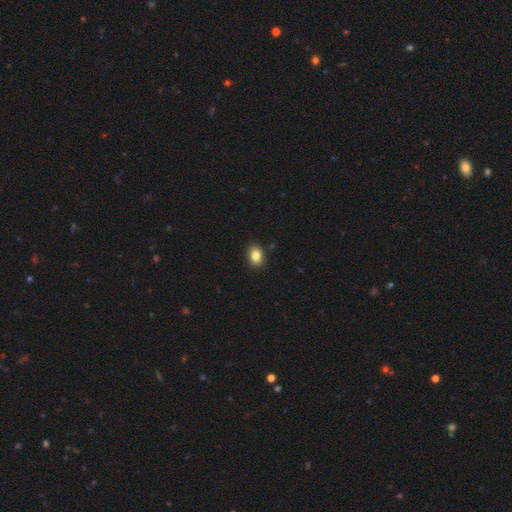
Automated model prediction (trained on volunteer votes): Smooth or featured? Predicted: smooth (p=0.85). How rounded? Predicted: in between (p=0.72). Merging? Predicted: none (p=0.88).